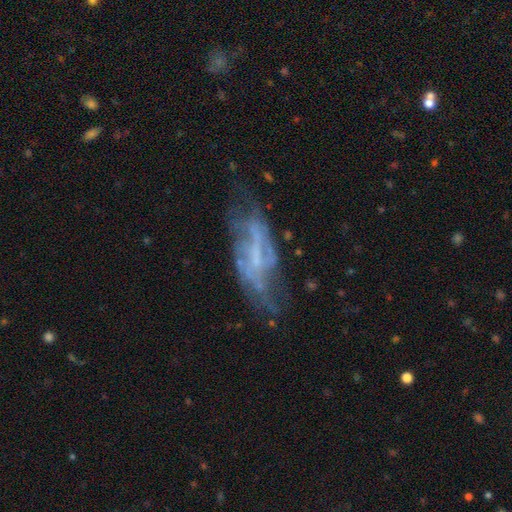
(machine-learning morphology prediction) Q: Smooth or featured?
A: featured or disk (72%); runner-up: smooth (17%)
Q: Edge-on disk?
A: no (86%); runner-up: yes (14%)
Q: Bar?
A: no (39%); runner-up: weak (38%)
Q: Spiral arms?
A: yes (60%); runner-up: no (40%)
Q: Bulge size?
A: none (51%); runner-up: small (34%)
Q: Merging?
A: none (47%); runner-up: minor disturbance (25%)